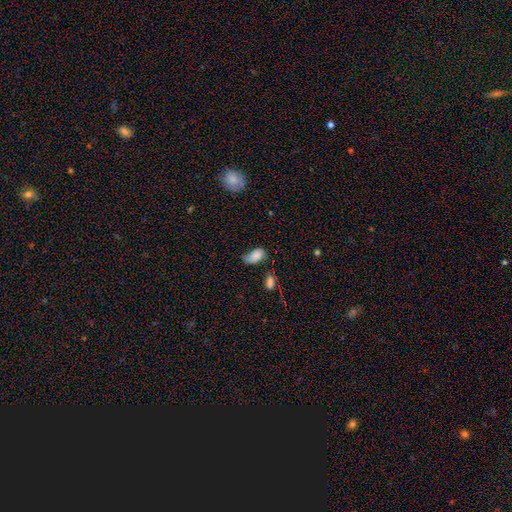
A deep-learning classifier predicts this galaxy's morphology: Smooth or featured? smooth (79%)
How rounded? in between (92%)
Merging? minor disturbance (39%)